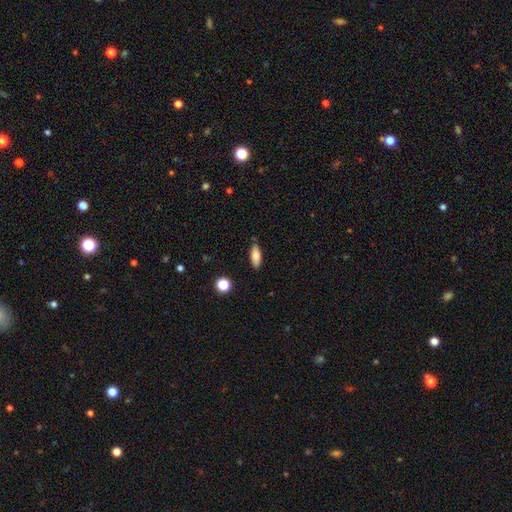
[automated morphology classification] Smooth or featured? Predicted: smooth (p=0.83). How rounded? Predicted: in between (p=0.76). Merging? Predicted: none (p=0.82).